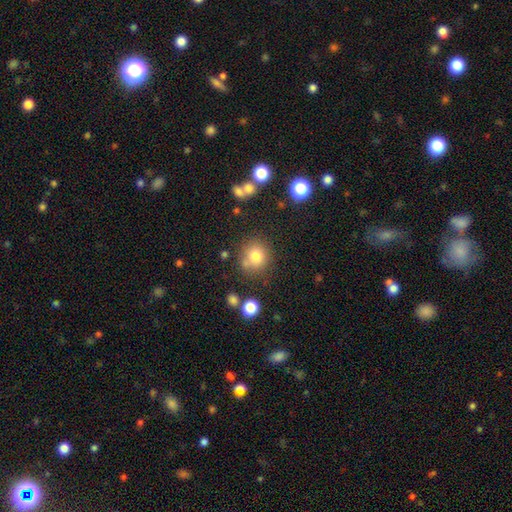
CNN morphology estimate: A smooth galaxy with no disk features (79%) that is round (85%). Merging: none (73%).